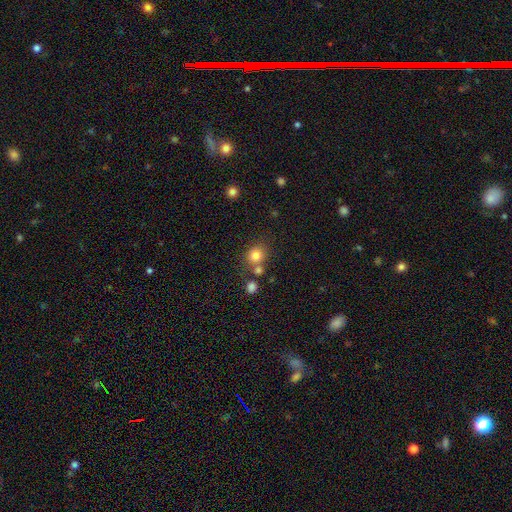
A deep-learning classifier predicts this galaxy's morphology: Overall: smooth (79%). How rounded: round (80%). Merging: none (64%).